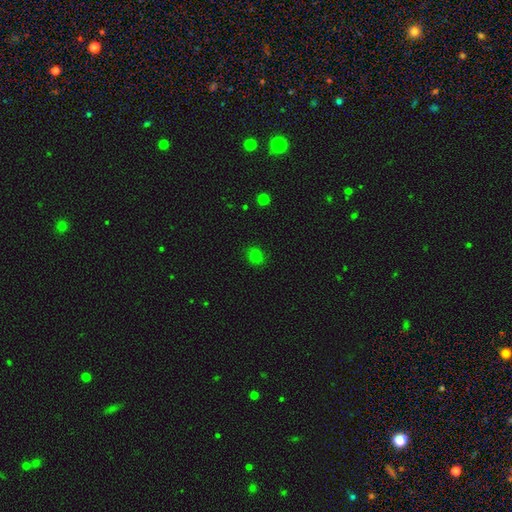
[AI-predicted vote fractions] Smooth or featured?
  - smooth: 77% *
  - star or artifact: 19%
  - featured or disk: 4%
How rounded?
  - round: 67% *
  - in between: 32%
  - cigar-shaped: 1%
Merging?
  - none: 82% *
  - minor disturbance: 13%
  - major disturbance: 4%
  - merger: 1%